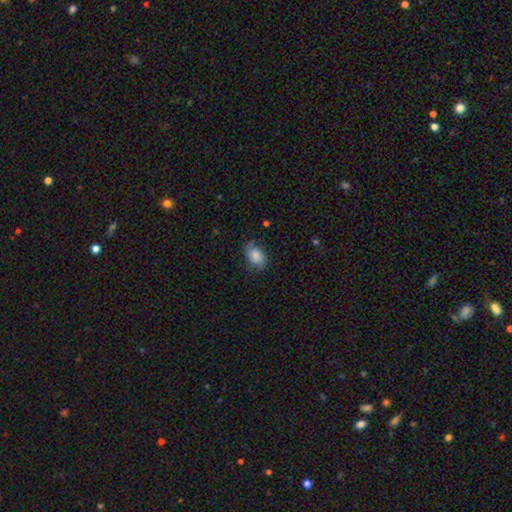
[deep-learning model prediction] smooth 66%, featured or disk 26%, star or artifact 8%. Down the decision tree: how rounded — in between (86%); merging — none (66%).